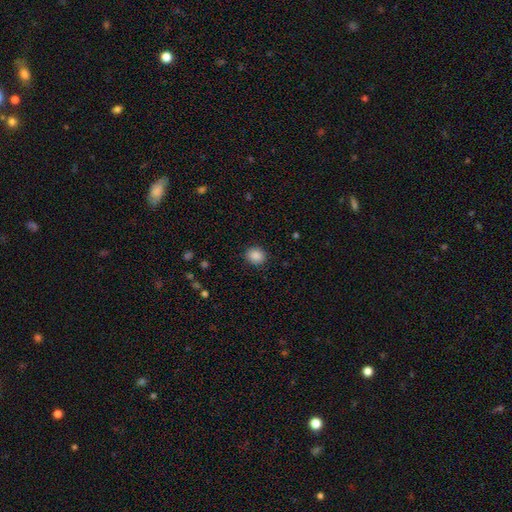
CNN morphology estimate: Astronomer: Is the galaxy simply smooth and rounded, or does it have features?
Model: smooth — 88%.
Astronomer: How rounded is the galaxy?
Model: round — 68%.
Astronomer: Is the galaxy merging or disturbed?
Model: none — 89%.